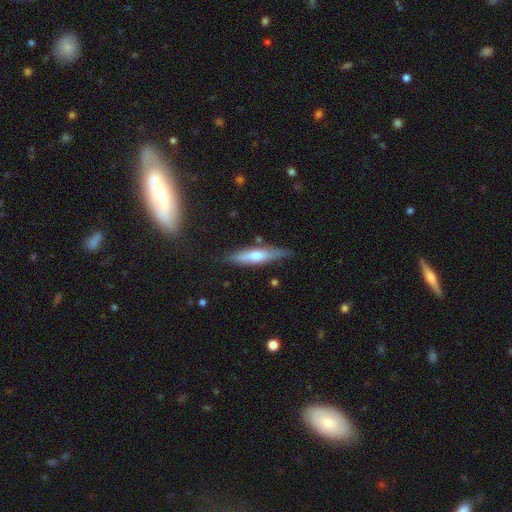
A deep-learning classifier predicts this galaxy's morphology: Smooth or featured? Predicted: smooth (p=0.47). Merging? Predicted: none (p=0.78).